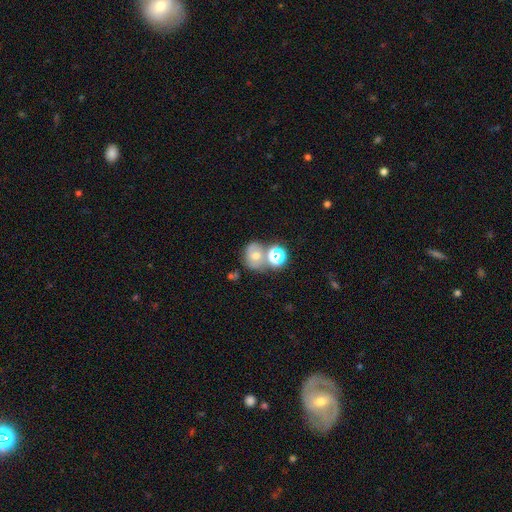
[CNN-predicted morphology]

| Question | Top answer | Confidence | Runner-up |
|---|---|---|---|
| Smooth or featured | smooth | 45% | featured or disk (32%) |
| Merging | none | 49% | merger (30%) |